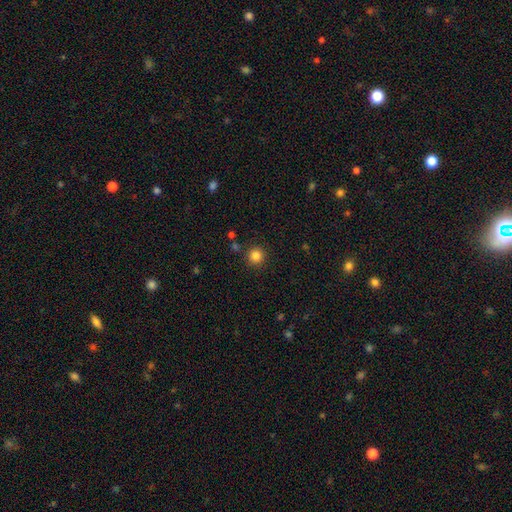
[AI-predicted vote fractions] This is clearly a smooth galaxy (84%). How rounded: clearly round (94%). Merging: clearly none (89%).